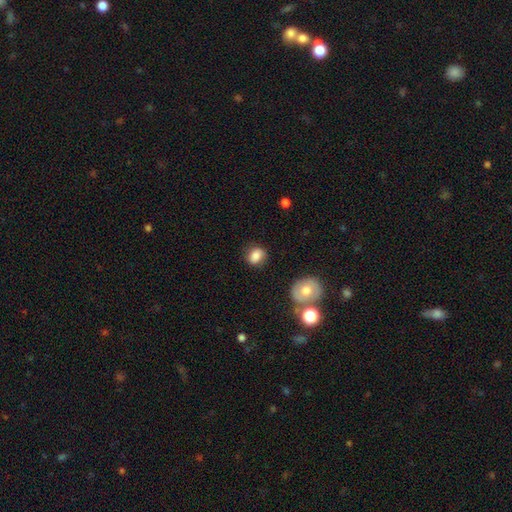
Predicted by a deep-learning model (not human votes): Smooth or featured?
  - smooth: 81% *
  - featured or disk: 10%
  - star or artifact: 9%
How rounded?
  - round: 53% *
  - in between: 46%
  - cigar-shaped: 1%
Merging?
  - none: 74% *
  - minor disturbance: 18%
  - major disturbance: 5%
  - merger: 3%